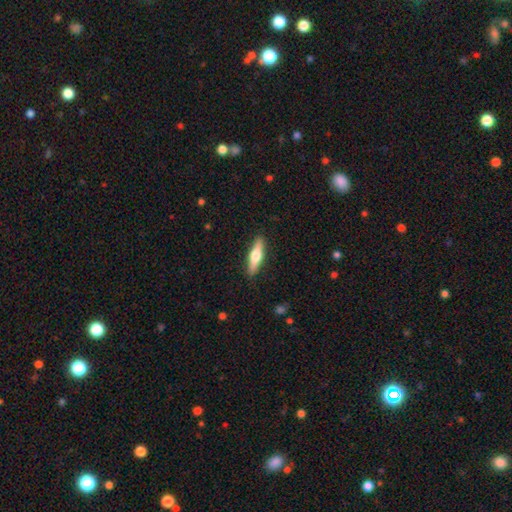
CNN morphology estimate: A smooth galaxy with no disk features (51%) that is cigar-shaped (71%). Merging: none (89%).